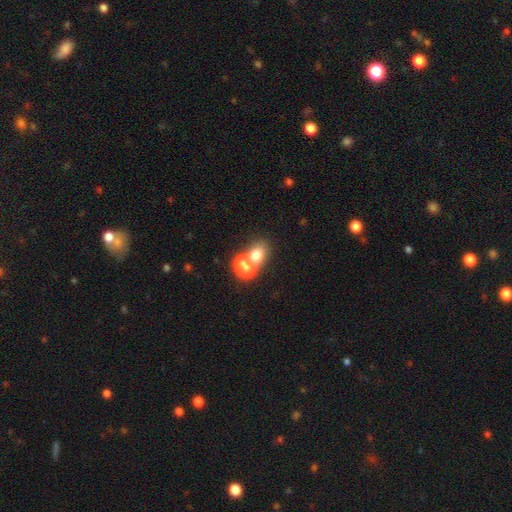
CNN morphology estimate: This appears to be a smooth galaxy with no disk features (69%) that is in between round and cigar-shaped (61%). Merging: merger (60%).